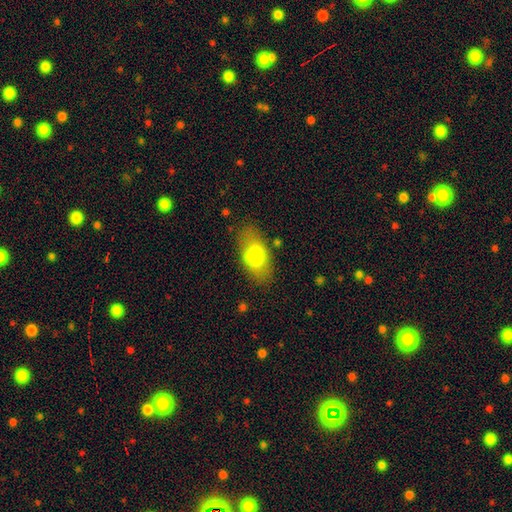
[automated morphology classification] A smooth galaxy with no disk features (68%) that is in between round and cigar-shaped (88%).

Vote fractions:
- Smooth or featured? smooth: 68% / featured or disk: 24% / star or artifact: 8%
- How rounded? in between: 88% / round: 8% / cigar-shaped: 4%
- Merging? none: 65% / minor disturbance: 16% / merger: 14% / major disturbance: 5%